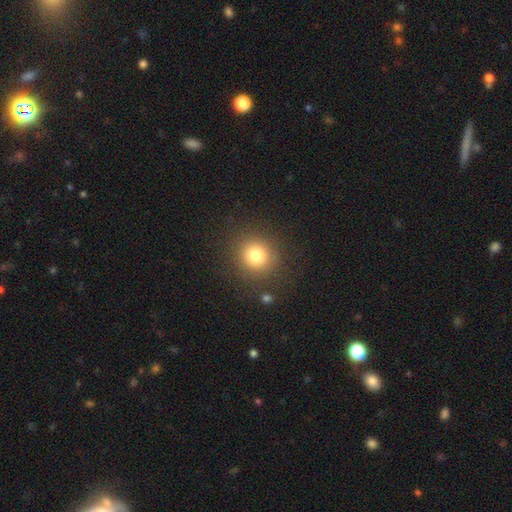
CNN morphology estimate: Smooth or featured? smooth (78%)
How rounded? round (92%)
Merging? none (87%)